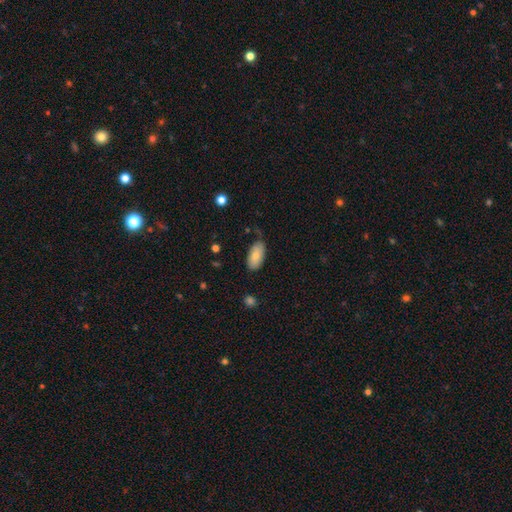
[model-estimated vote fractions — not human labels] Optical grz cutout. It shows a smooth galaxy with no disk features (78%) that is in between round and cigar-shaped (94%). Merging: none (73%).